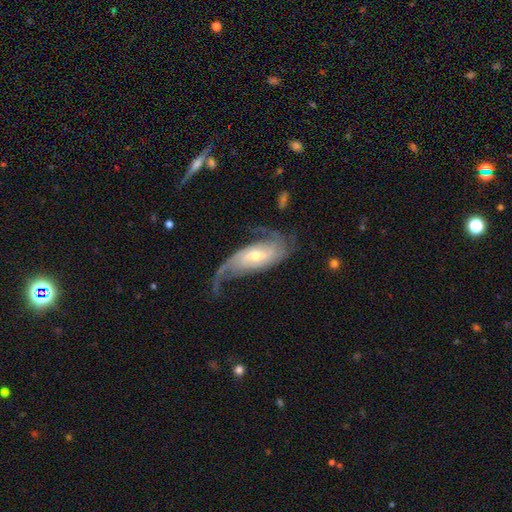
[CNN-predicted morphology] Smooth or featured? featured or disk (84%)
Edge-on disk? no (93%)
Bar? weak (42%)
Spiral arms? yes (95%)
Spiral winding? loose (50%)
Spiral arm count? 2 (66%)
Bulge size? moderate (54%)
Merging? none (48%)